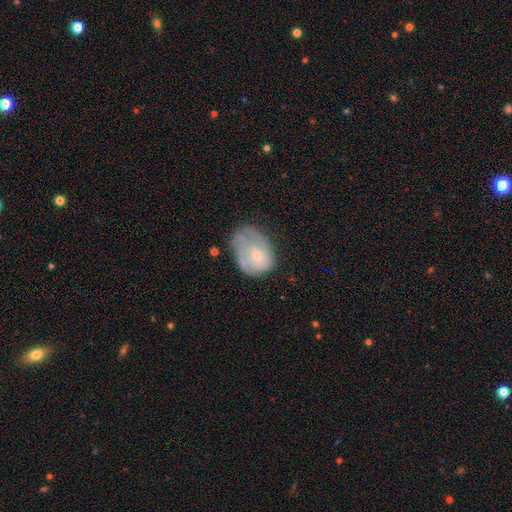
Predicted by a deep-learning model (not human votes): smooth 47%, featured or disk 45%, star or artifact 8%. Down the decision tree: merging — none (37%).